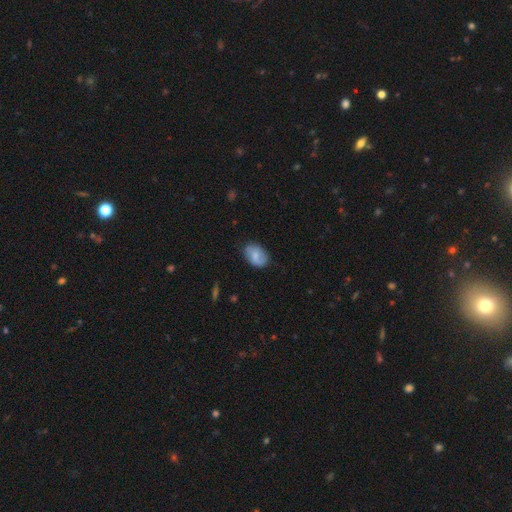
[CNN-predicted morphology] Smooth or featured: smooth — 67% (featured or disk — 26%)
How rounded: in between — 84% (round — 15%)
Merging: none — 75% (minor disturbance — 20%)